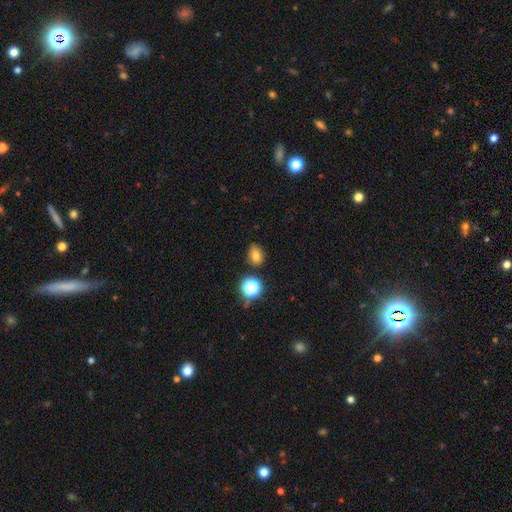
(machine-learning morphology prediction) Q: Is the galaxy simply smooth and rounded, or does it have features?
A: smooth — 73%.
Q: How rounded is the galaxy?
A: in between — 57%.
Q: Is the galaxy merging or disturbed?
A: none — 78%.